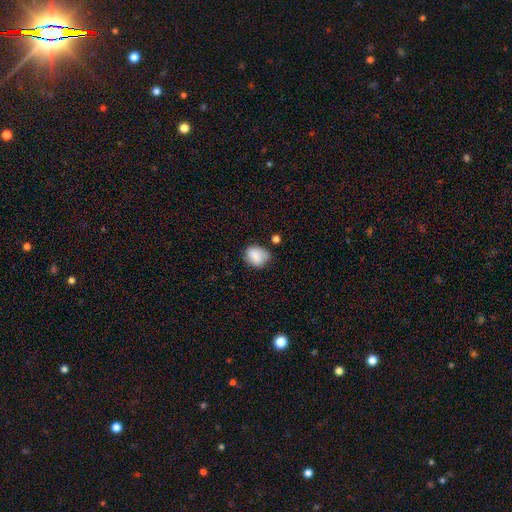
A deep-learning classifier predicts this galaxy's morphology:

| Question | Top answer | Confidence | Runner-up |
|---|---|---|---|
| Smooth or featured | smooth | 86% | star or artifact (8%) |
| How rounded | round | 57% | in between (42%) |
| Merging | none | 63% | minor disturbance (26%) |